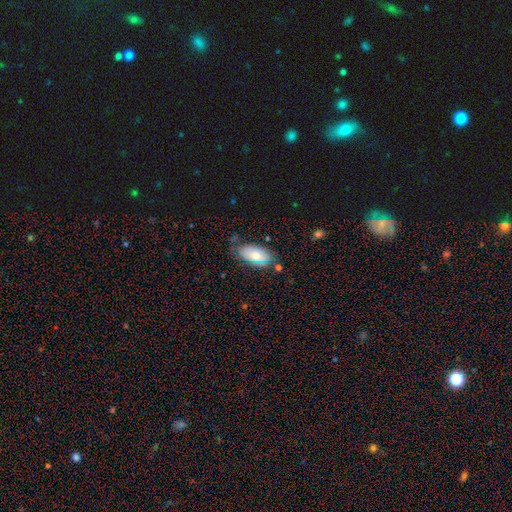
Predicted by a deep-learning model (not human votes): Smooth or featured: smooth — 71% (featured or disk — 18%)
How rounded: in between — 91% (cigar-shaped — 5%)
Merging: none — 70% (minor disturbance — 22%)